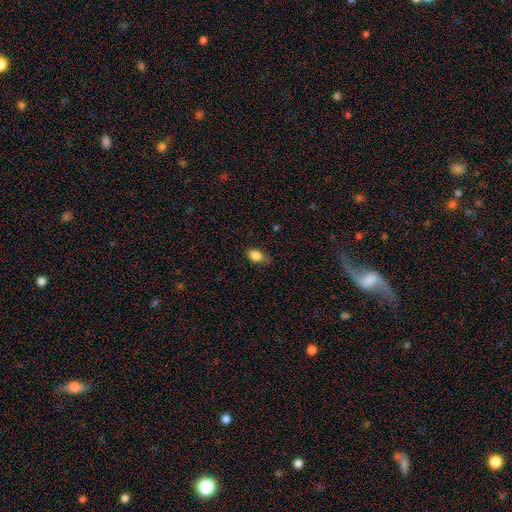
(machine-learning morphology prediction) A smooth galaxy with no disk features (85%) that is in between round and cigar-shaped (73%). Merging: none (51%).